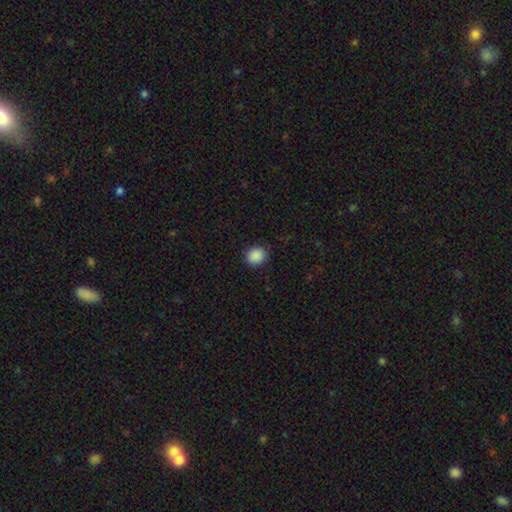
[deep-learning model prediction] This appears to be a smooth galaxy with no disk features (88%) that is round (81%). Merging: none (88%).